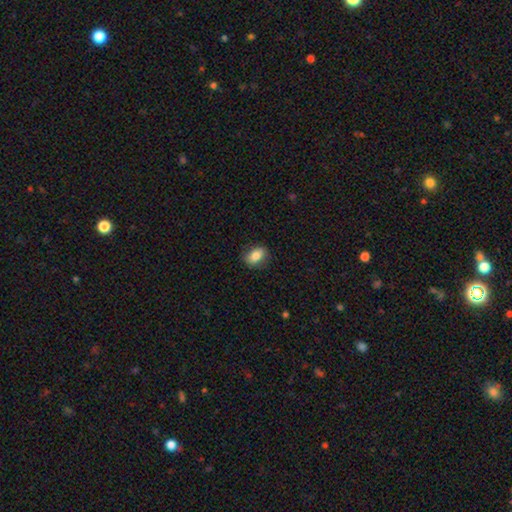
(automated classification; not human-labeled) Overall: smooth (81%). How rounded: in between (77%). Merging: none (81%).